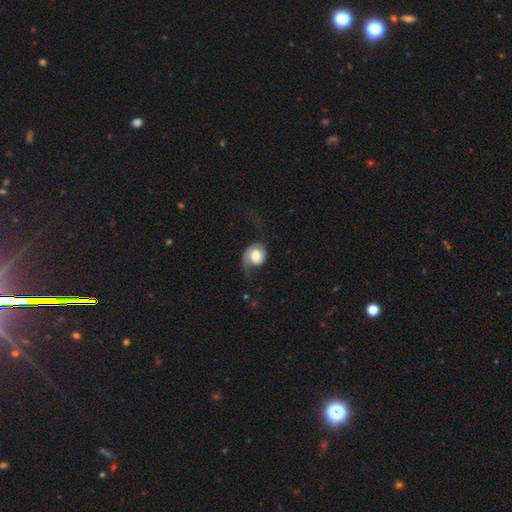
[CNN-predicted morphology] This is possibly a featured or disk galaxy (50%). It is clearly not viewed edge-on (97%). Merging: marginally major disturbance (39%).